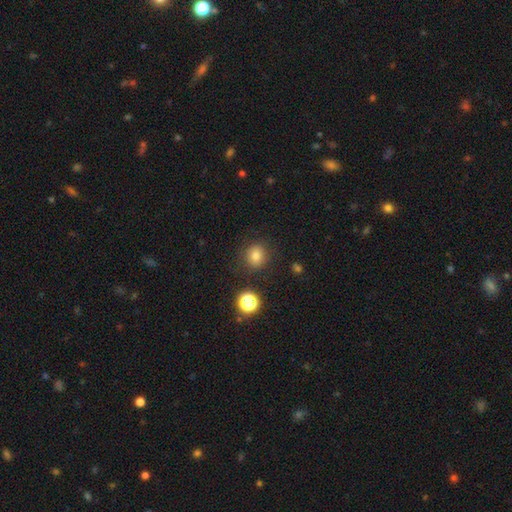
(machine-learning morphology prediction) The model was most divided on "smooth or featured": smooth: 79%, star or artifact: 15%, featured or disk: 6%. More confident: merging — none (85%); how rounded — round (84%).